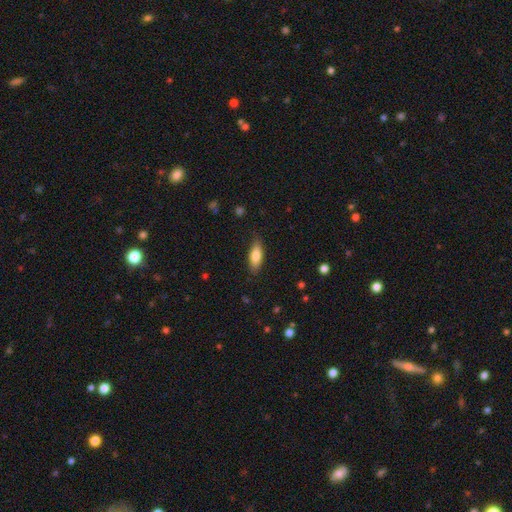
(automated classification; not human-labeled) This is likely a smooth galaxy (80%). How rounded: likely in between (69%). Merging: clearly none (84%).